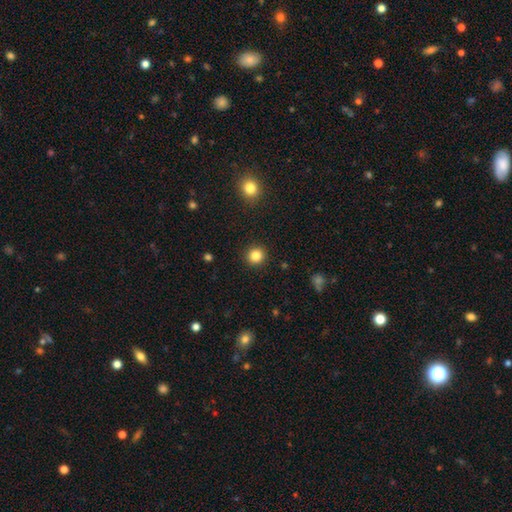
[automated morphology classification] A smooth galaxy with no disk features (84%) that is round (92%). Merging: none (92%).